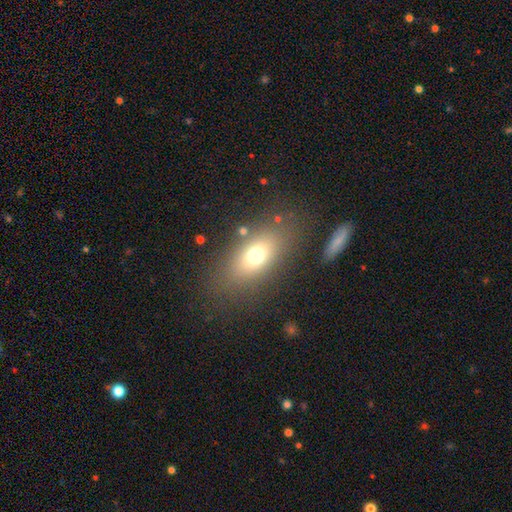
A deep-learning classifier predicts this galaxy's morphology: A smooth galaxy with no disk features (69%) that is in between round and cigar-shaped (78%). Merging: none (77%).